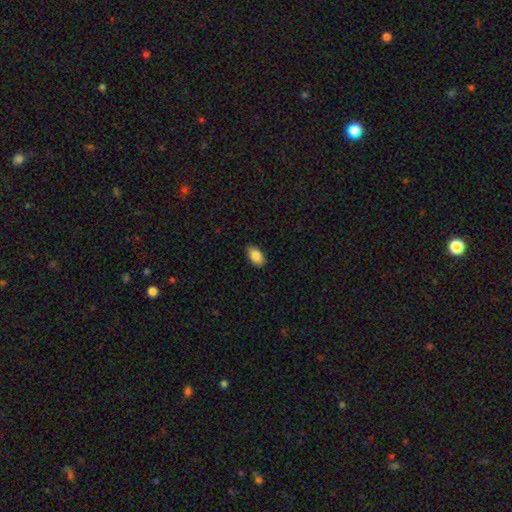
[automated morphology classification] A smooth galaxy with no disk features (86%) that is in between round and cigar-shaped (92%). Merging: none (85%).